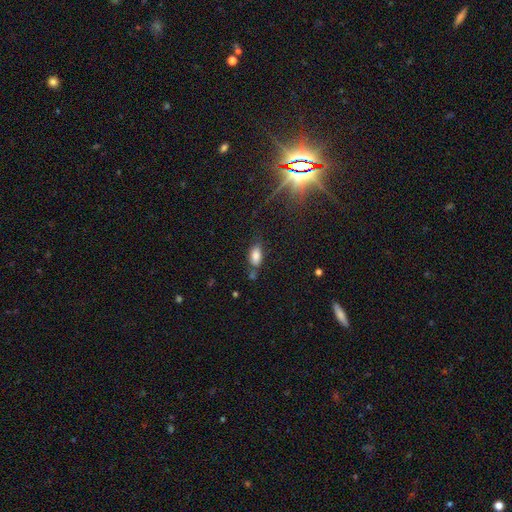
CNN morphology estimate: The model was most divided on "merging": none: 65%, minor disturbance: 21%, merger: 9%, major disturbance: 6%. More confident: how rounded — in between (90%); smooth or featured — smooth (82%).